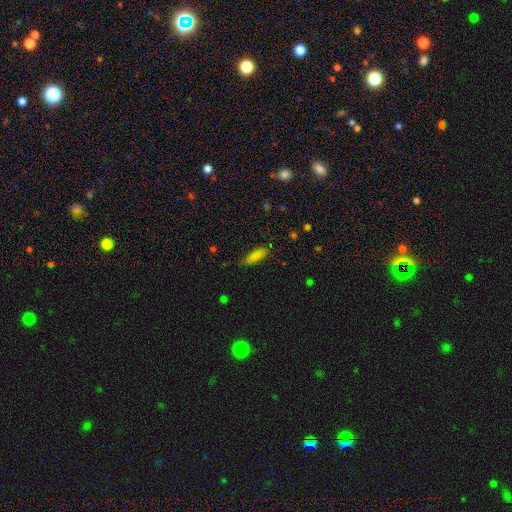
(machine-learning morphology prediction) This is clearly a smooth galaxy (83%). How rounded: possibly in between (58%). Merging: likely none (69%).